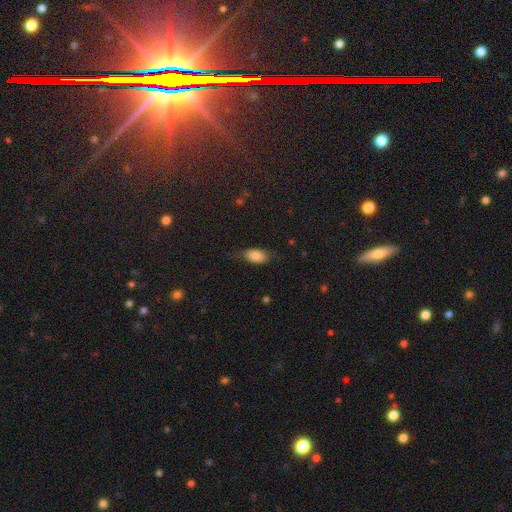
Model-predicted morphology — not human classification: Smooth or featured? Predicted: smooth (p=0.80). How rounded? Predicted: in between (p=0.88). Merging? Predicted: none (p=0.66).